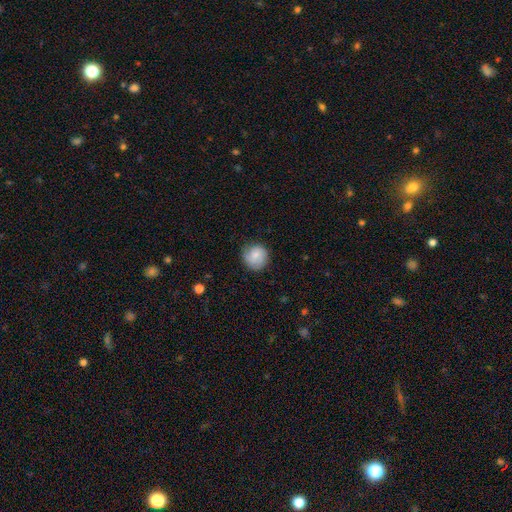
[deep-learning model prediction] Smooth or featured? Predicted: smooth (p=0.74). How rounded? Predicted: round (p=0.89). Merging? Predicted: none (p=0.73).